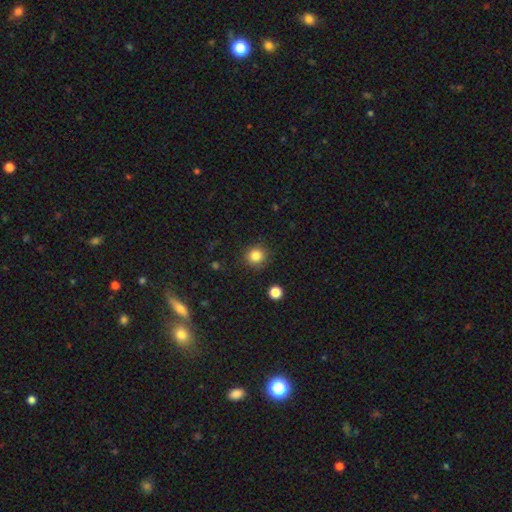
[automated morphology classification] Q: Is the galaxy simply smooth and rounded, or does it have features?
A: smooth — 84%.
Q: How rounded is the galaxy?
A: round — 92%.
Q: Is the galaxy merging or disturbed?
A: none — 88%.